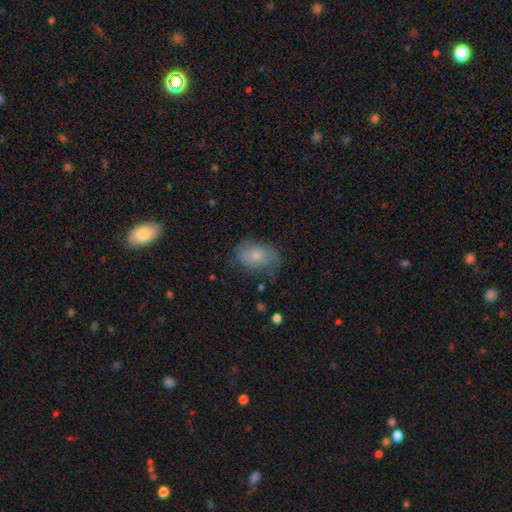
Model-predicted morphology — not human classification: Smooth or featured? smooth (53%)
How rounded? in between (80%)
Merging? none (55%)